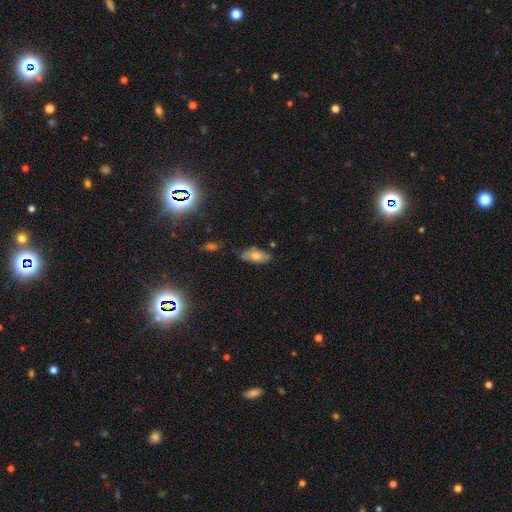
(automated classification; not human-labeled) A smooth galaxy with no disk features (65%) that is in between round and cigar-shaped (82%). Merging: none (72%).